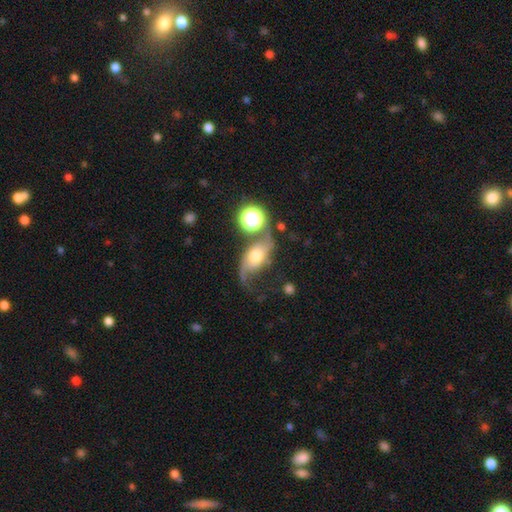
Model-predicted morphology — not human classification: This is likely a featured or disk galaxy (66%). It is clearly not viewed edge-on (92%). Bar: likely no (66%). Spiral arm pattern: clearly yes (90%). Spiral arm count: clearly 2 (83%). Spiral winding: likely loose (80%). Central bulge: possibly moderate (54%). Merging: possibly none (46%).